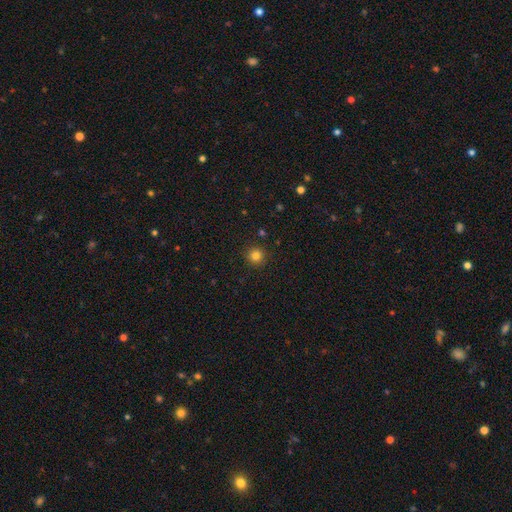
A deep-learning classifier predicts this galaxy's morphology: smooth-or-featured: smooth: 82% | star or artifact: 13% | featured or disk: 5%
  how-rounded: round: 95% | in between: 4% | cigar-shaped: 1%
  merging: none: 92% | minor disturbance: 5% | major disturbance: 2% | merger: 1%